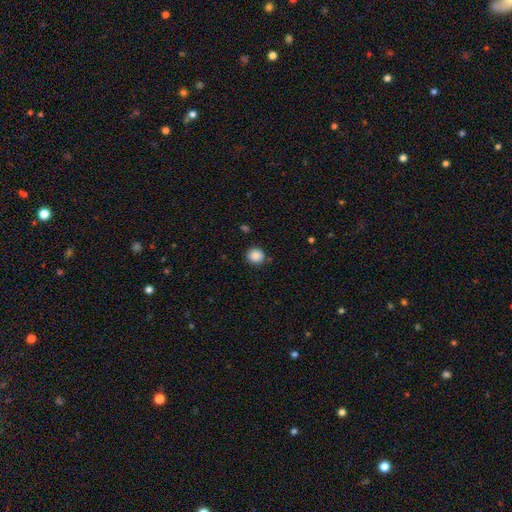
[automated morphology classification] The model was most divided on "merging": none: 84%, minor disturbance: 11%, merger: 3%, major disturbance: 3%. More confident: how rounded — round (89%); smooth or featured — smooth (86%).